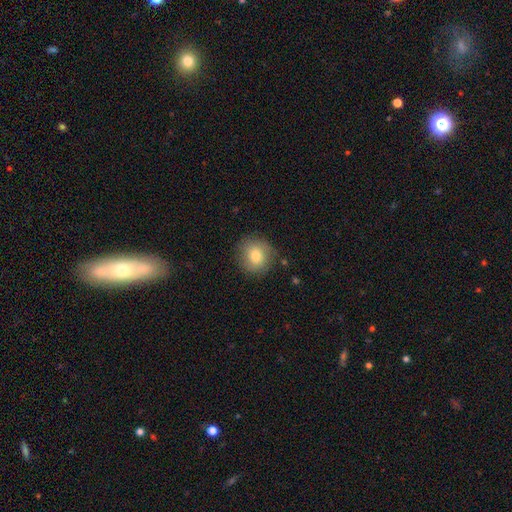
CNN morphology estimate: The model was most divided on "smooth or featured": smooth: 79%, featured or disk: 12%, star or artifact: 9%. More confident: how rounded — round (90%); merging — none (85%).